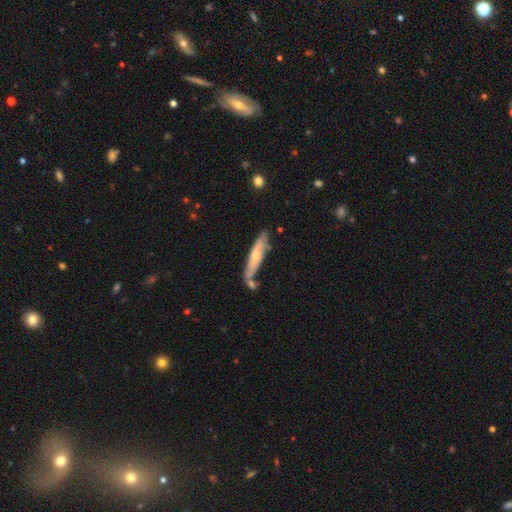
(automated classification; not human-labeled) A smooth galaxy with no disk features (50%).

Vote fractions:
- Smooth or featured? smooth: 50% / featured or disk: 45% / star or artifact: 6%
- Merging? none: 64% / minor disturbance: 18% / merger: 14% / major disturbance: 4%